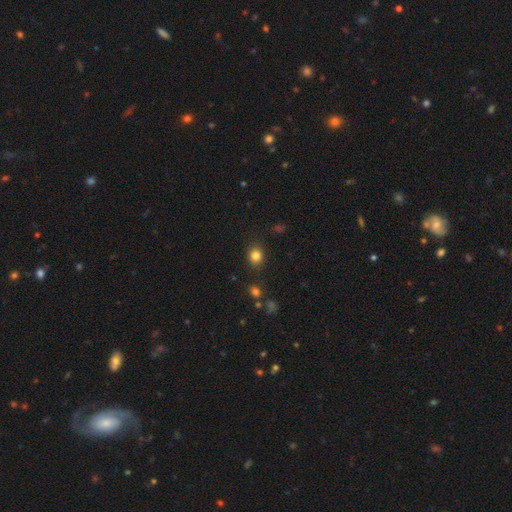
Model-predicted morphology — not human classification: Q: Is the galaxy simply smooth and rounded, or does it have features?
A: smooth — 83%.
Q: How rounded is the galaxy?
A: round — 76%.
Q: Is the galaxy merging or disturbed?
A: none — 87%.